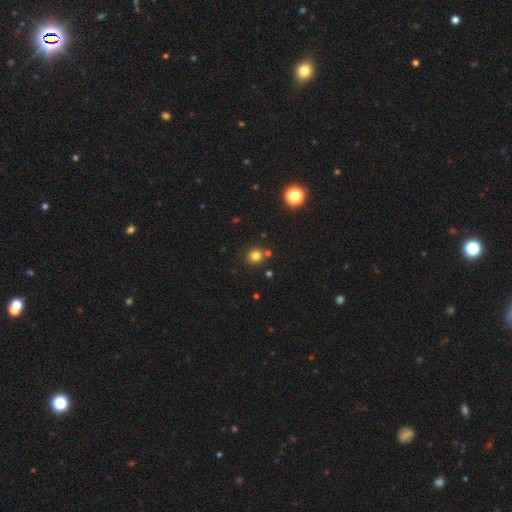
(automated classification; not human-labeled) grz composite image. It shows a smooth galaxy with no disk features (78%) that is round (92%). Merging: none (82%).